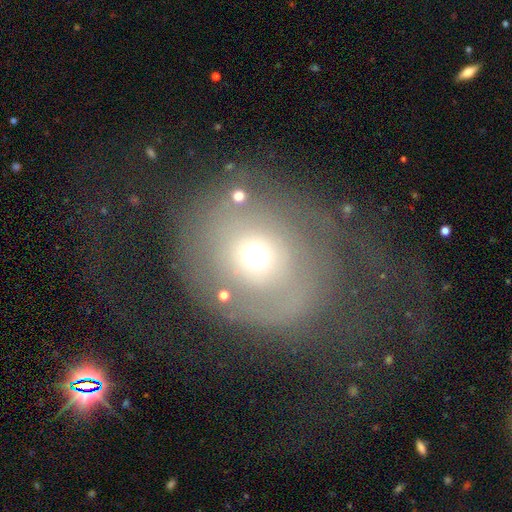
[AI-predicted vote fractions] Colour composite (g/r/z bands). It shows a smooth galaxy with no disk features (51%) that is round (72%). Merging: none (57%).